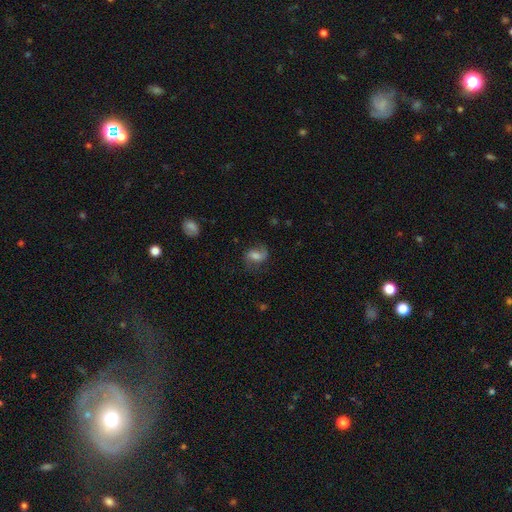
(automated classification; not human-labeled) smooth_or_featured: featured or disk (p=0.48) [alt: smooth p=0.42]
merging: none (p=0.62) [alt: minor disturbance p=0.22]